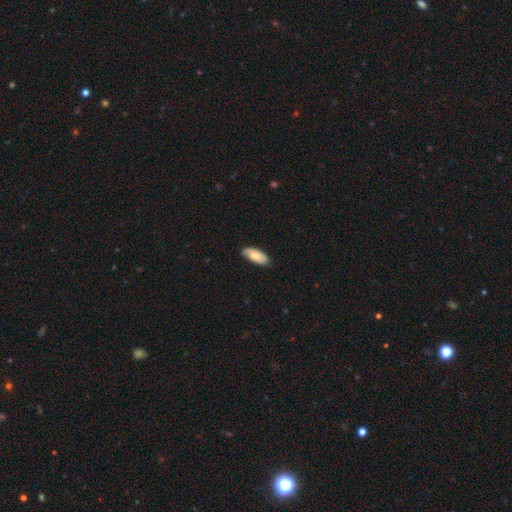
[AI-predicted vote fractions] A smooth galaxy with no disk features (79%) that is in between round and cigar-shaped (83%).

Vote fractions:
- Smooth or featured? smooth: 79% / featured or disk: 15% / star or artifact: 6%
- How rounded? in between: 83% / cigar-shaped: 15% / round: 2%
- Merging? none: 77% / minor disturbance: 19% / major disturbance: 3% / merger: 1%